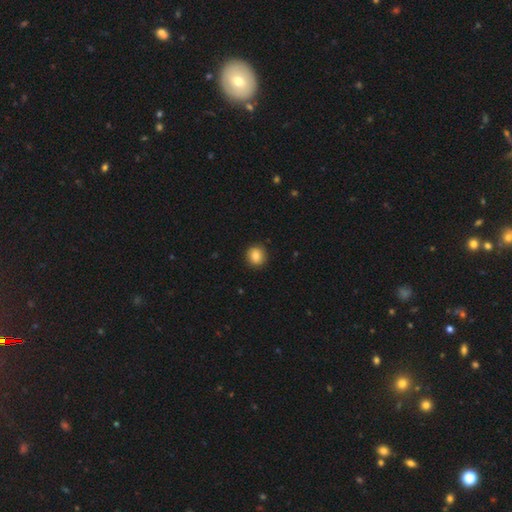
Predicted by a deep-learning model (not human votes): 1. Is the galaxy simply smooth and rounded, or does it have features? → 81% smooth, 10% star or artifact, 9% featured or disk.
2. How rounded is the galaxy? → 90% round, 9% in between, 1% cigar-shaped.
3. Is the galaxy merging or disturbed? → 90% none, 7% minor disturbance, 2% major disturbance, 1% merger.